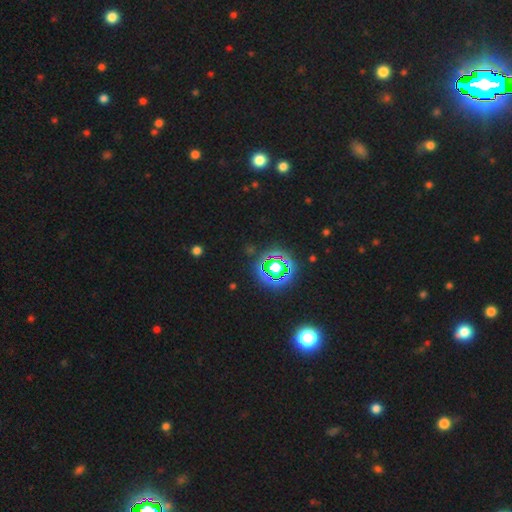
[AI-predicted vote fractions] smooth_or_featured: star or artifact (p=0.80) [alt: smooth p=0.13]